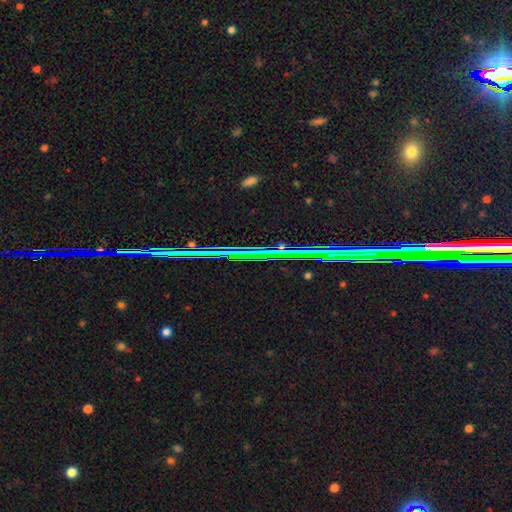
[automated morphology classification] A star or artifact, not a galaxy (83%).

Vote fractions:
- Smooth or featured? star or artifact: 83% / featured or disk: 9% / smooth: 8%